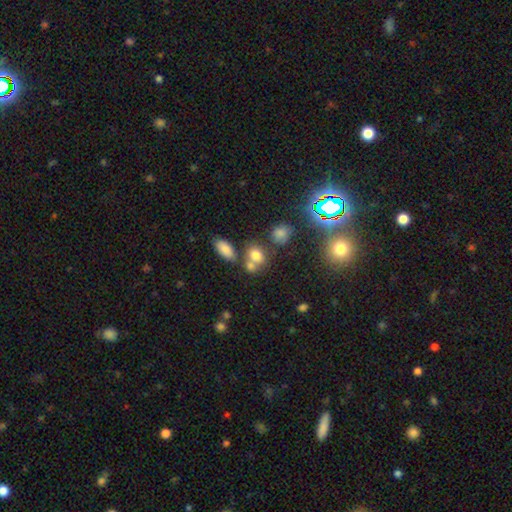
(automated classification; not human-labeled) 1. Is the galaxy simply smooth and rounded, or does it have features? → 73% smooth, 17% star or artifact, 11% featured or disk.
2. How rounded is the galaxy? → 58% in between, 40% round, 2% cigar-shaped.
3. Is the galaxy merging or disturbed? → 47% none, 35% merger, 12% minor disturbance, 5% major disturbance.